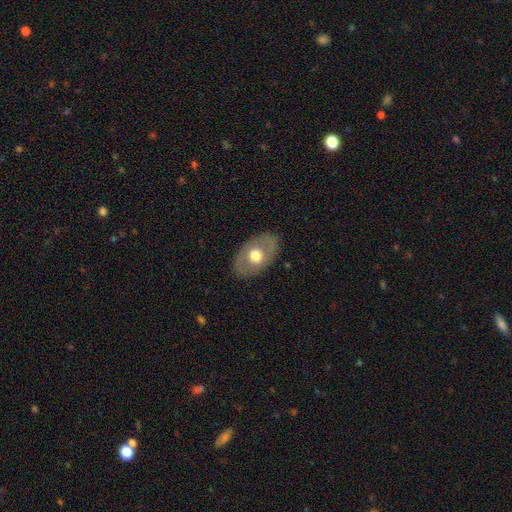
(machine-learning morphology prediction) smooth_or_featured: smooth (p=0.48) [alt: featured or disk p=0.46]
merging: none (p=0.83) [alt: minor disturbance p=0.12]